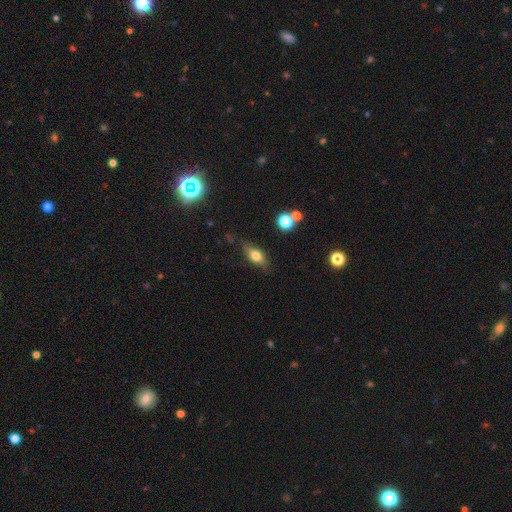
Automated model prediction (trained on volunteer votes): Morphology: type=smooth (69%); roundness=in between (77%); merging=none (75%).